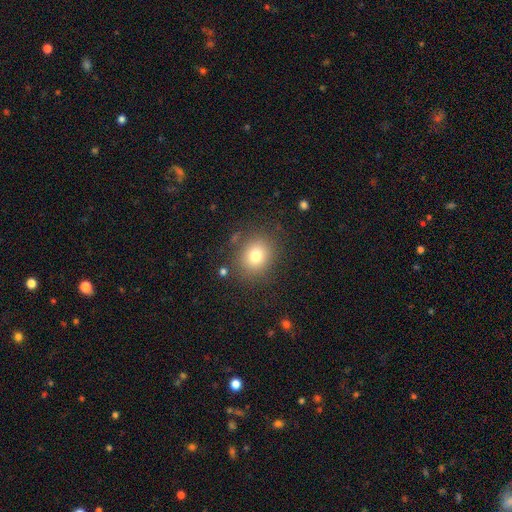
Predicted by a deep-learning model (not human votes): This is likely a smooth galaxy (76%). How rounded: likely round (75%). Merging: clearly none (82%).